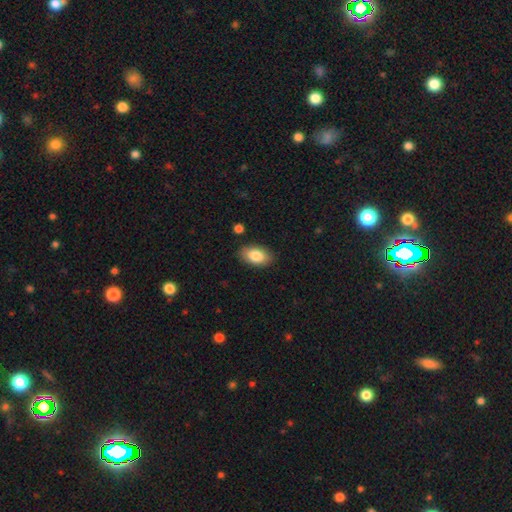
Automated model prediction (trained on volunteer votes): Smooth or featured?
  - smooth: 84% *
  - featured or disk: 10%
  - star or artifact: 7%
How rounded?
  - in between: 92% *
  - round: 6%
  - cigar-shaped: 2%
Merging?
  - none: 86% *
  - minor disturbance: 10%
  - major disturbance: 2%
  - merger: 2%